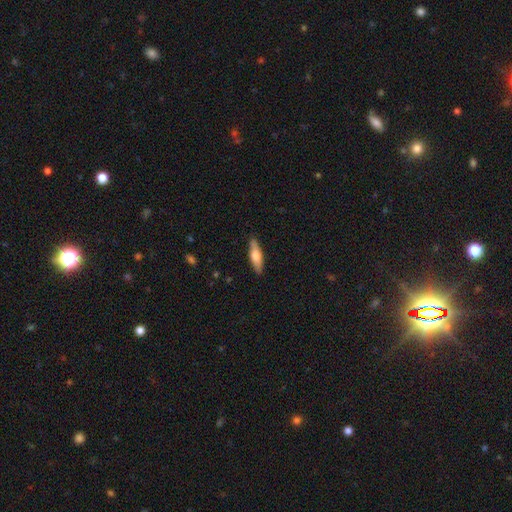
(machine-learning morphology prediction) smooth_or_featured: smooth (p=0.59) [alt: featured or disk p=0.36]
how_rounded: cigar-shaped (p=0.62) [alt: in between p=0.36]
merging: none (p=0.89) [alt: minor disturbance p=0.09]